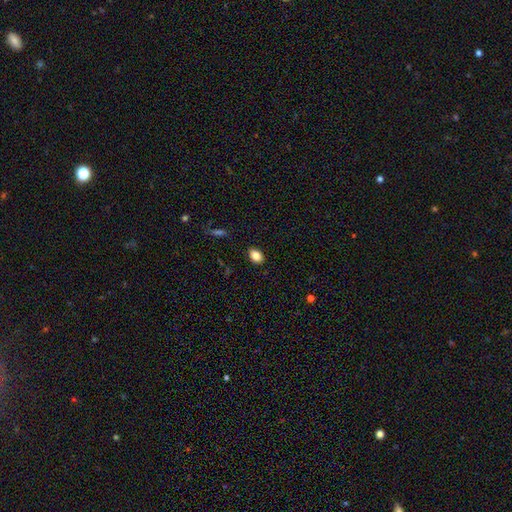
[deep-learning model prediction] The model was most divided on "how rounded": in between: 83%, round: 16%, cigar-shaped: 1%. More confident: merging — none (88%); smooth or featured — smooth (83%).